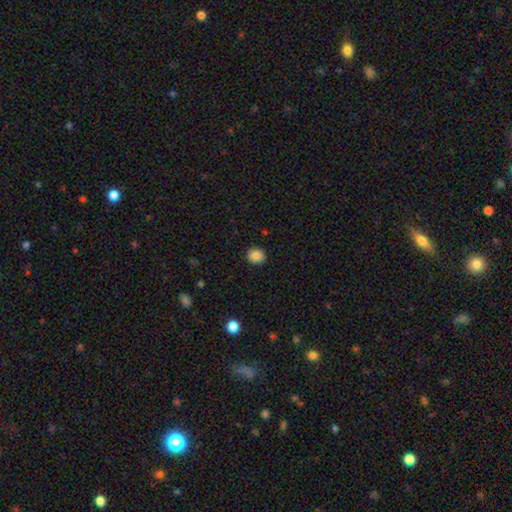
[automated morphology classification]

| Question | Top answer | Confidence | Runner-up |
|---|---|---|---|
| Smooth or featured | smooth | 85% | star or artifact (9%) |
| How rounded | round | 82% | in between (17%) |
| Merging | none | 91% | minor disturbance (6%) |